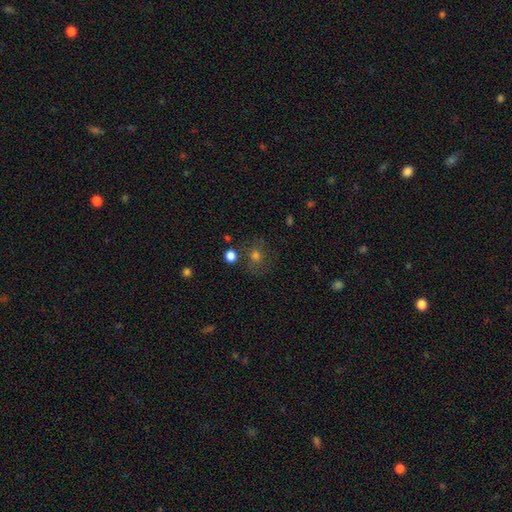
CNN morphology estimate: smooth_or_featured: smooth (p=0.62) [alt: star or artifact p=0.21]
how_rounded: round (p=0.80) [alt: in between p=0.19]
merging: none (p=0.73) [alt: minor disturbance p=0.14]